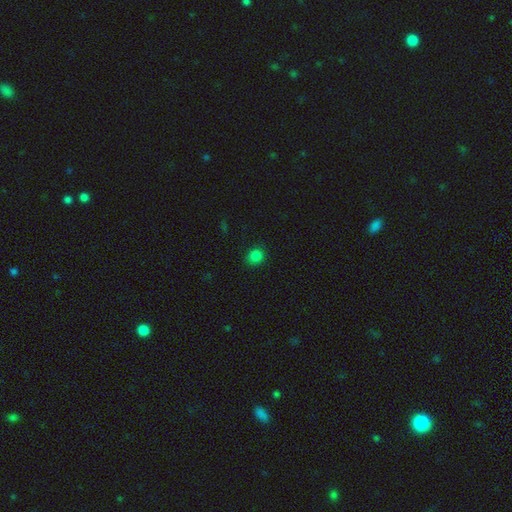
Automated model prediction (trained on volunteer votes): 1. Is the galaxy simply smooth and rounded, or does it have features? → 82% smooth, 15% star or artifact, 3% featured or disk.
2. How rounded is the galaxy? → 77% round, 22% in between, 1% cigar-shaped.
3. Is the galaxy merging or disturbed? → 85% none, 11% minor disturbance, 2% major disturbance, 1% merger.